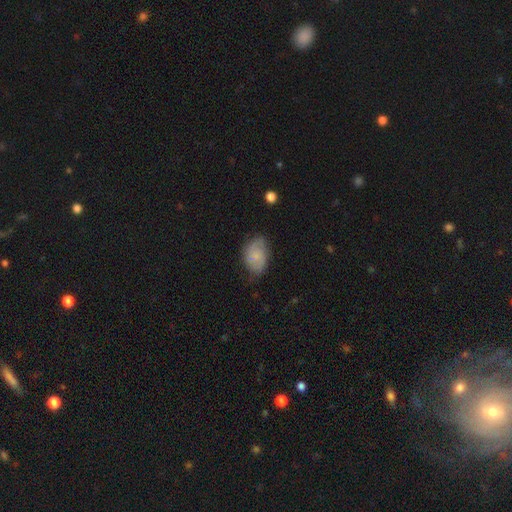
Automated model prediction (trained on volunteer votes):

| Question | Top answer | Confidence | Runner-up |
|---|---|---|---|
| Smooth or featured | smooth | 54% | featured or disk (39%) |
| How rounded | in between | 86% | round (12%) |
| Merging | none | 64% | minor disturbance (27%) |